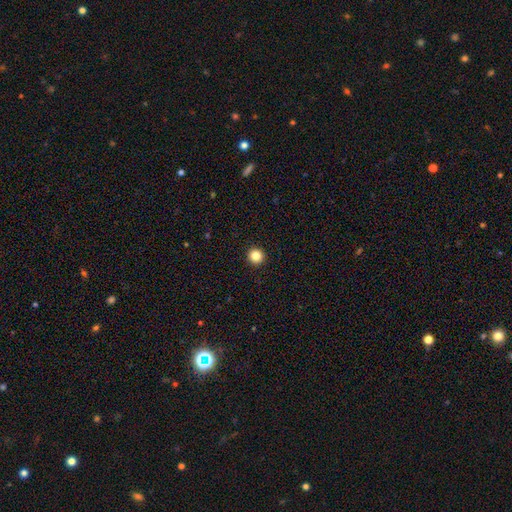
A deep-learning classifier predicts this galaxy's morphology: smooth_or_featured: smooth (p=0.85) [alt: star or artifact p=0.11]
how_rounded: round (p=0.96) [alt: in between p=0.04]
merging: none (p=0.94) [alt: minor disturbance p=0.04]